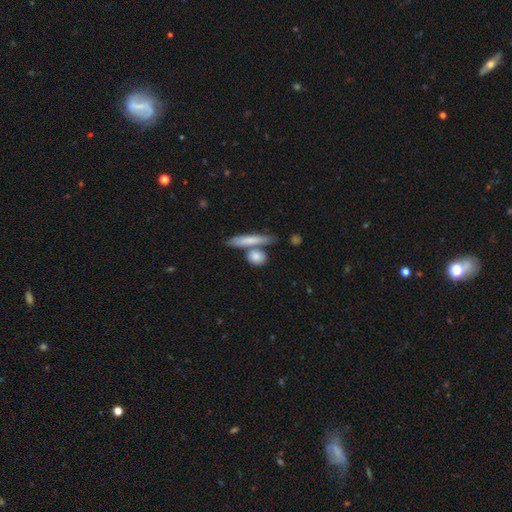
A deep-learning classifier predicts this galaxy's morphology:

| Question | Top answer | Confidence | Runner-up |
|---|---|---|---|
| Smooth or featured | smooth | 73% | featured or disk (19%) |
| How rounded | cigar-shaped | 45% | round (30%) |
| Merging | none | 64% | merger (21%) |